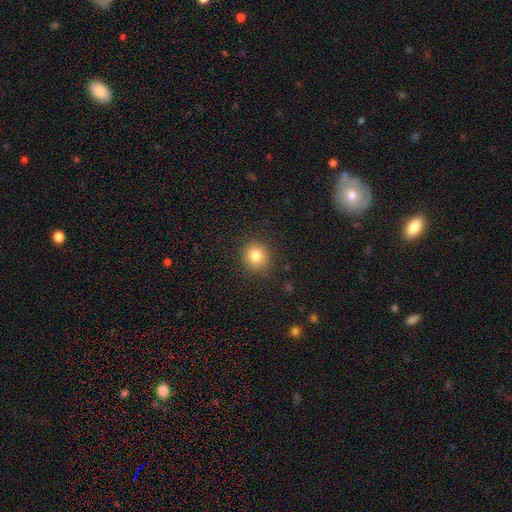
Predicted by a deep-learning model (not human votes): This is clearly a smooth galaxy (82%). How rounded: clearly round (89%). Merging: clearly none (89%).